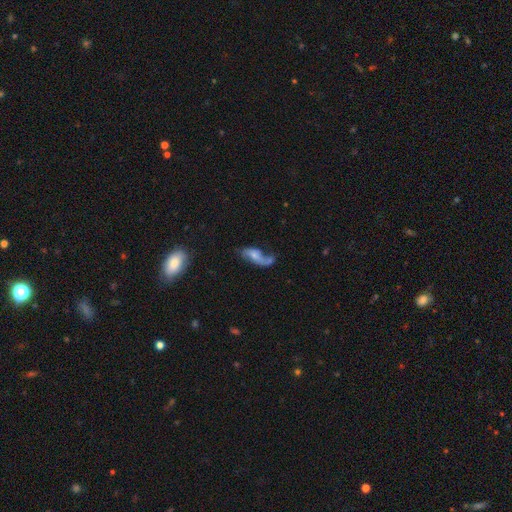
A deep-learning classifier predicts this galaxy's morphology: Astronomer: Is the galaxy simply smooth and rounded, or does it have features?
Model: featured or disk — 48% (runner-up: smooth, 42%).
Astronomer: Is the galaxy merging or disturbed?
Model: none — 32% (runner-up: major disturbance, 24%).